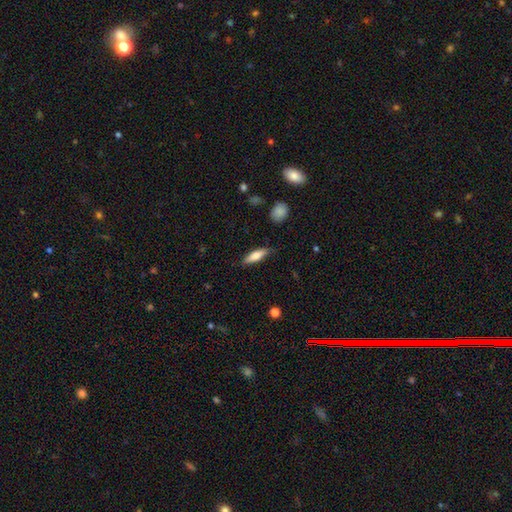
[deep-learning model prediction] The model was most divided on "how rounded": cigar-shaped: 56%, in between: 42%, round: 2%. More confident: merging — none (83%); smooth or featured — smooth (69%).